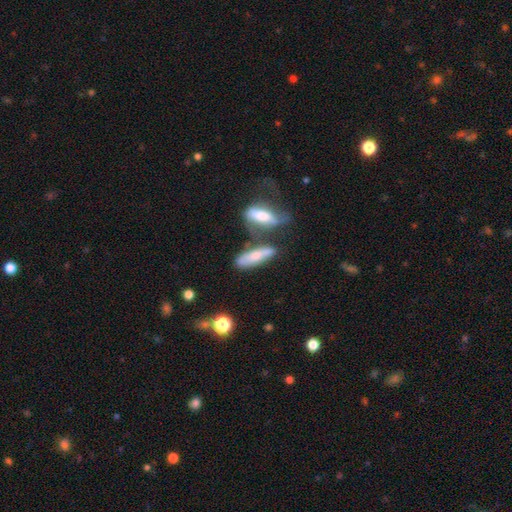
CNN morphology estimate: smooth_or_featured: smooth (p=0.65) [alt: featured or disk p=0.27]
how_rounded: cigar-shaped (p=0.56) [alt: in between p=0.41]
merging: none (p=0.46) [alt: merger p=0.30]